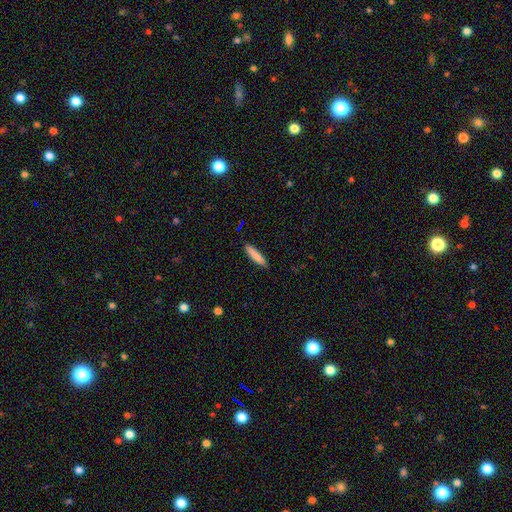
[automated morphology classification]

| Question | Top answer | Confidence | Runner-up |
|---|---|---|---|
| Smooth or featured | smooth | 83% | featured or disk (11%) |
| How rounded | cigar-shaped | 86% | in between (13%) |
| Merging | none | 88% | minor disturbance (9%) |